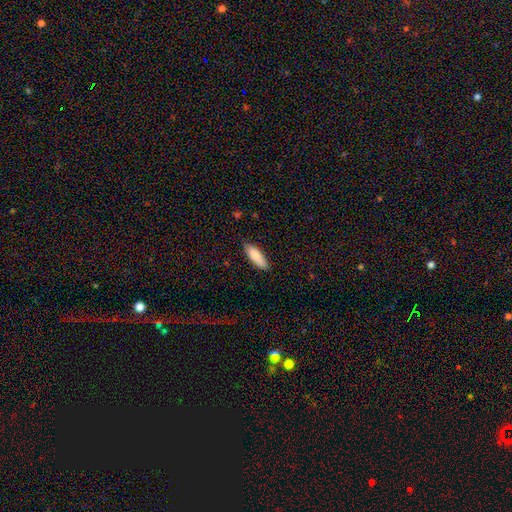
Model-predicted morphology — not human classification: A smooth galaxy with no disk features (86%) that is in between round and cigar-shaped (57%). Merging: none (83%).